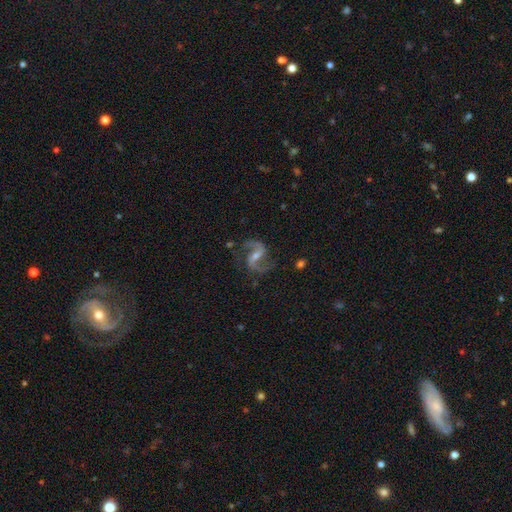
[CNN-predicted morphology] Smooth or featured? featured or disk (91%)
Edge-on disk? no (98%)
Bar? strong (41%, tied with weak)
Spiral arms? yes (98%)
Spiral winding? medium (51%)
Spiral arm count? 2 (94%)
Bulge size? small (55%)
Merging? none (78%)